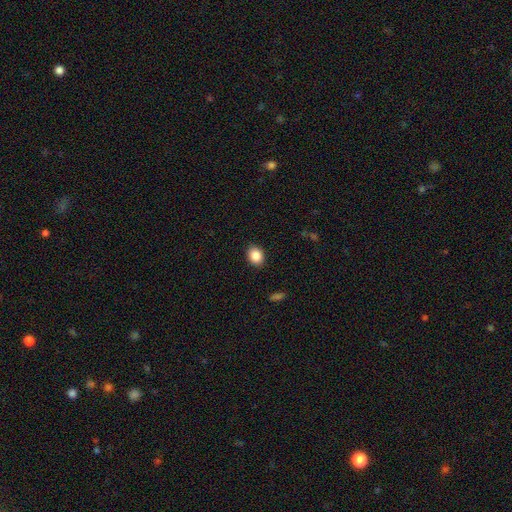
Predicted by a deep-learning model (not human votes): A smooth galaxy with no disk features (87%) that is in between round and cigar-shaped (52%).

Vote fractions:
- Smooth or featured? smooth: 87% / star or artifact: 9% / featured or disk: 4%
- How rounded? in between: 52% / round: 47% / cigar-shaped: 1%
- Merging? none: 89% / minor disturbance: 8% / major disturbance: 2% / merger: 1%